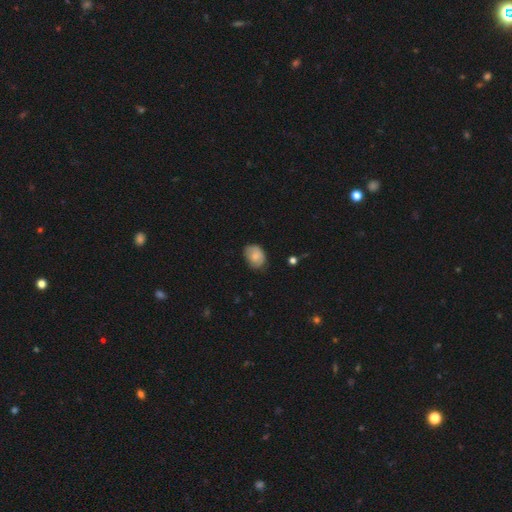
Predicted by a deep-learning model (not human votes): A smooth galaxy with no disk features (74%) that is in between round and cigar-shaped (66%). Merging: none (65%).